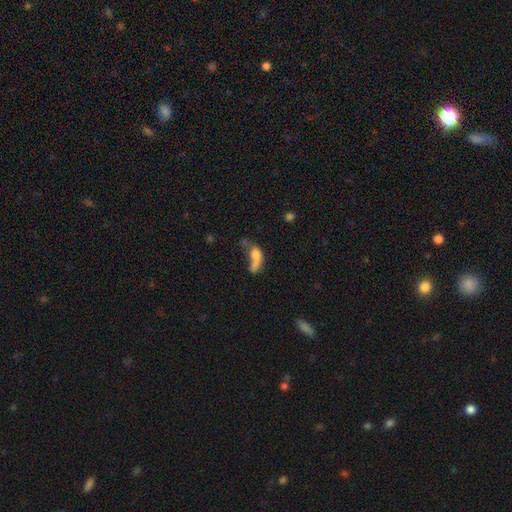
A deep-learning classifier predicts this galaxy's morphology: smooth-or-featured: smooth: 64% | featured or disk: 24% | star or artifact: 12%
  how-rounded: in between: 67% | round: 21% | cigar-shaped: 11%
  merging: merger: 52% | major disturbance: 20% | none: 18% | minor disturbance: 11%